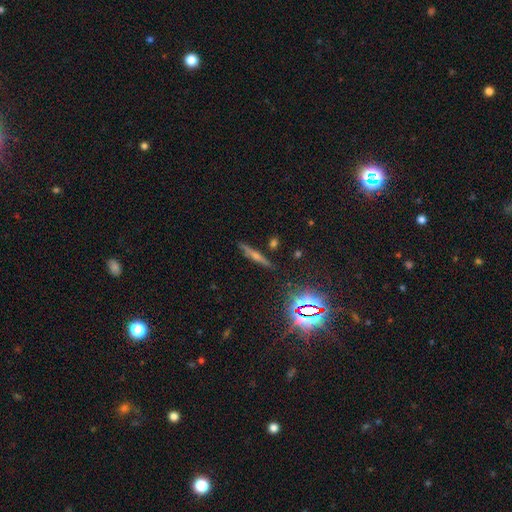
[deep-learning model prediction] A featured or disk galaxy (48%).

Vote fractions:
- Smooth or featured? featured or disk: 48% / star or artifact: 28% / smooth: 24%
- Merging? none: 85% / minor disturbance: 10% / merger: 3% / major disturbance: 3%